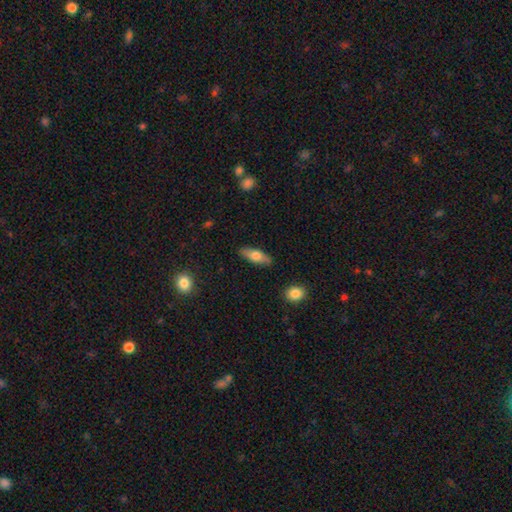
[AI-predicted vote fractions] smooth_or_featured: smooth (p=0.67) [alt: featured or disk p=0.27]
how_rounded: in between (p=0.67) [alt: cigar-shaped p=0.30]
merging: none (p=0.87) [alt: minor disturbance p=0.10]